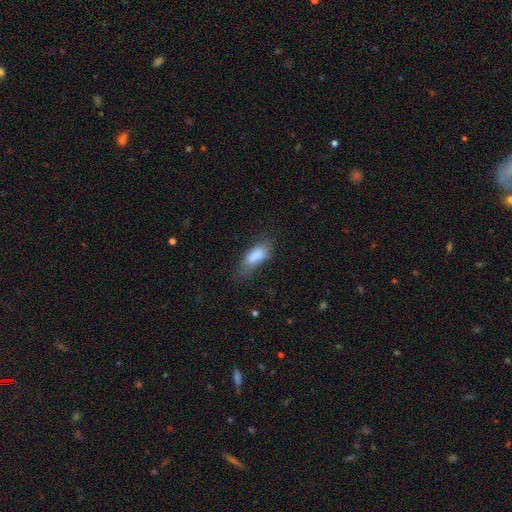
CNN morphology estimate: Smooth or featured? smooth (80%)
How rounded? in between (77%)
Merging? none (42%)